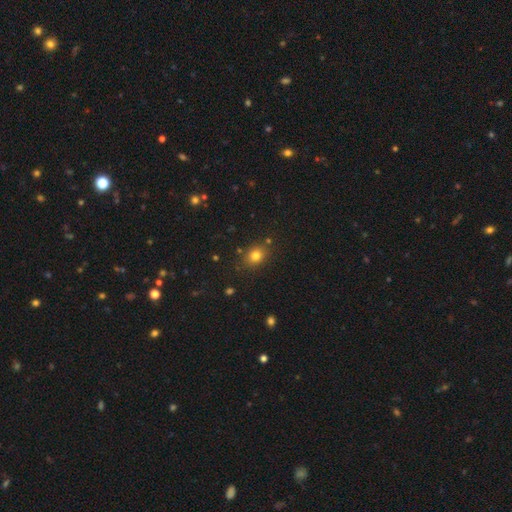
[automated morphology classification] Smooth or featured? smooth (79%)
How rounded? round (53%)
Merging? none (82%)